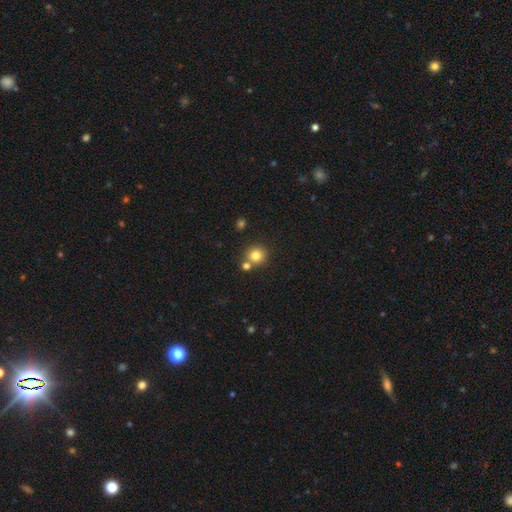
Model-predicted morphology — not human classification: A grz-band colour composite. It shows a smooth galaxy with no disk features (81%) that is round (91%). Merging: none (68%).